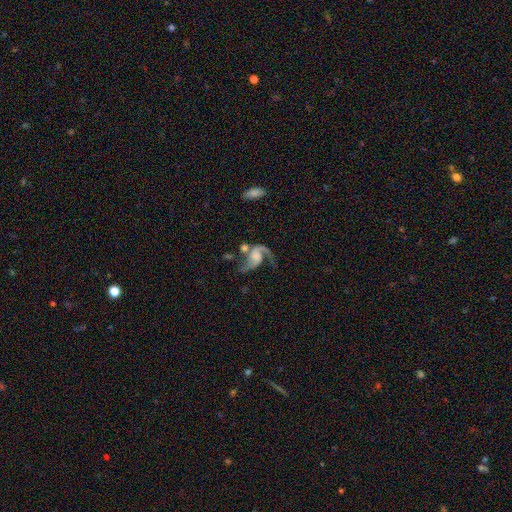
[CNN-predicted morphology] type=featured or disk (84%); edge-on=no (98%); bar=no (62%); spiral arms=yes (95%); winding=loose (60%); arm count=2 (81%); bulge=none (36%); merging=none (37%).